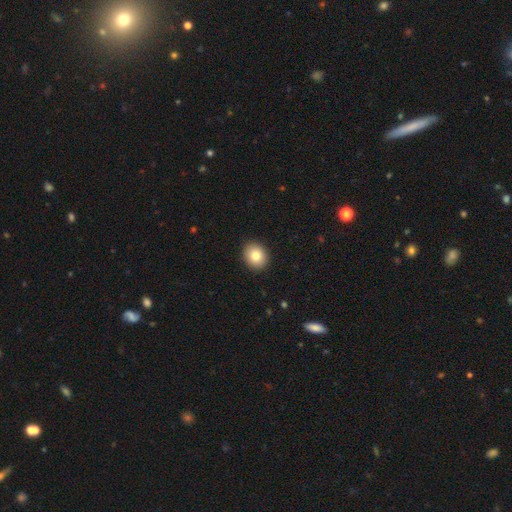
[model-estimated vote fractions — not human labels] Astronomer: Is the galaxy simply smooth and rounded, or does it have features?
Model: smooth — 82%.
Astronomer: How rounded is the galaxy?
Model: round — 68%.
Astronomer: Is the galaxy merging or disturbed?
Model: none — 92%.